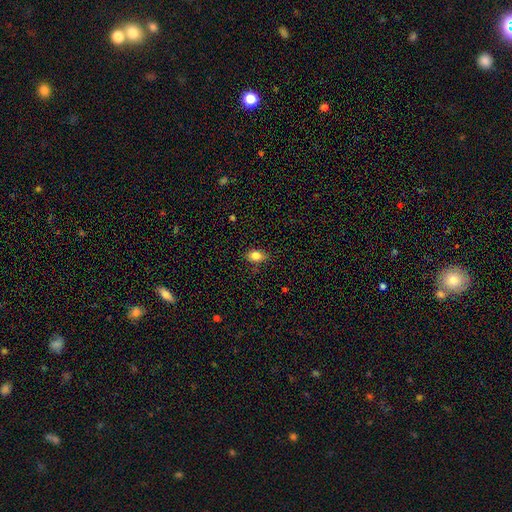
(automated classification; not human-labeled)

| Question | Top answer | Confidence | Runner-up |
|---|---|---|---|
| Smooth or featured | smooth | 83% | star or artifact (9%) |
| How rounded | in between | 80% | round (18%) |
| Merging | none | 82% | minor disturbance (14%) |